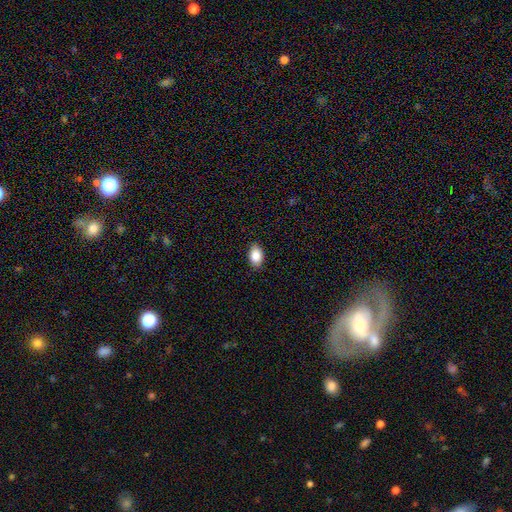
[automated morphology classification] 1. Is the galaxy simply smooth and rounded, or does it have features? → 87% smooth, 8% star or artifact, 6% featured or disk.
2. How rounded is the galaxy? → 88% in between, 11% round, 1% cigar-shaped.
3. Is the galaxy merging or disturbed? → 87% none, 10% minor disturbance, 2% major disturbance, 1% merger.